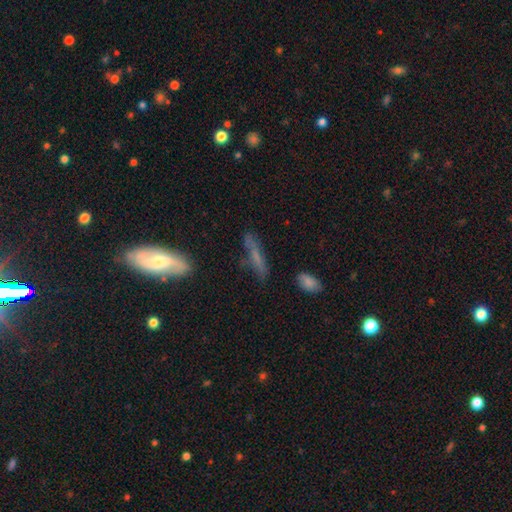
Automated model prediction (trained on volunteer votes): This is possibly a smooth galaxy (51%). How rounded: likely cigar-shaped (79%). Merging: likely none (68%).